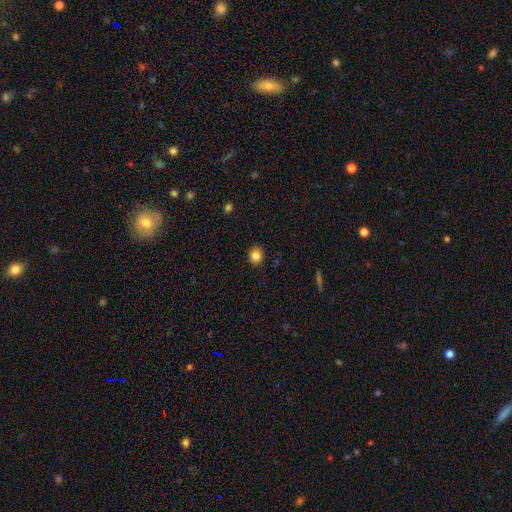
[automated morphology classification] smooth 84%, star or artifact 11%, featured or disk 5%. Down the decision tree: how rounded — round (82%); merging — none (90%).